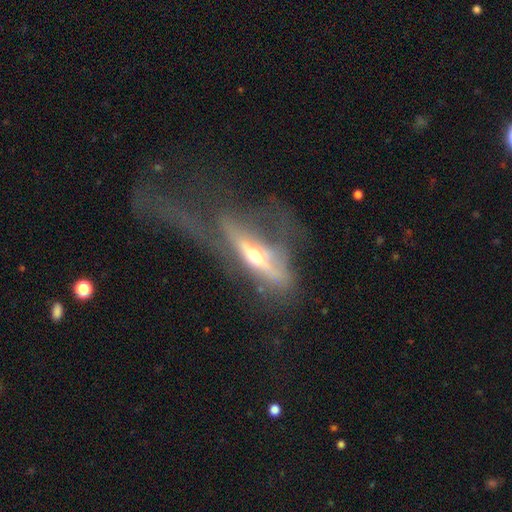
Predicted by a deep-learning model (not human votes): Overall: featured or disk (65%; smooth 27%). Edge-on disk: yes (64%; no 36%). Merging: major disturbance (58%; none 21%).